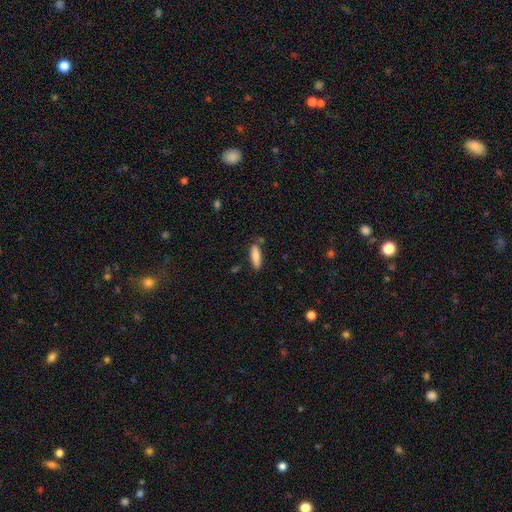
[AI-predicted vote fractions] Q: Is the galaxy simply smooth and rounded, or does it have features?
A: smooth — 83%.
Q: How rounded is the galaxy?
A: in between — 56%.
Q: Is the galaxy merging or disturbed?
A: none — 78%.